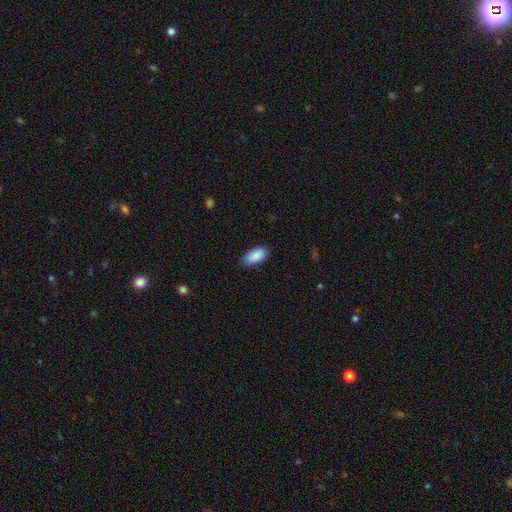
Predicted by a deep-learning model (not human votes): This appears to be a smooth galaxy with no disk features (90%) that is in between round and cigar-shaped (93%). Merging: none (85%).